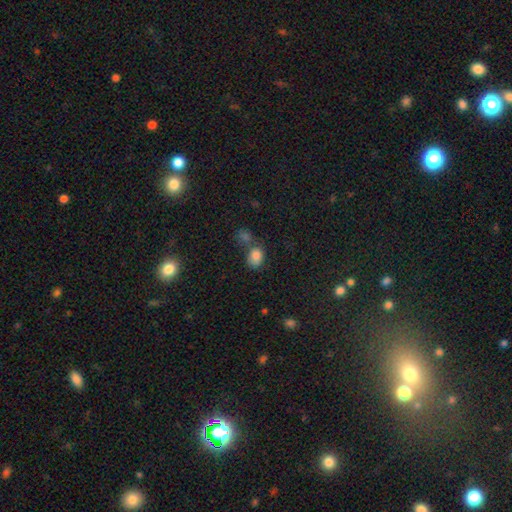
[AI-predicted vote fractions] smooth_or_featured: smooth (p=0.82) [alt: star or artifact p=0.11]
how_rounded: in between (p=0.72) [alt: round p=0.26]
merging: none (p=0.45) [alt: merger p=0.35]